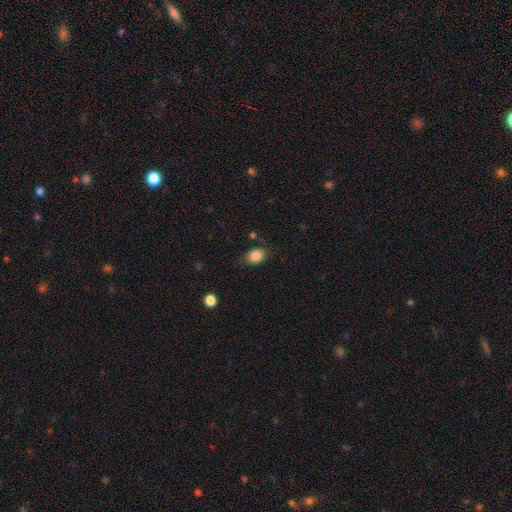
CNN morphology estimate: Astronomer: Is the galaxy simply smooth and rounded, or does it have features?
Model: smooth — 85%.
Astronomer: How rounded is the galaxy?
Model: in between — 71%.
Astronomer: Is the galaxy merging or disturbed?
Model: none — 73%.